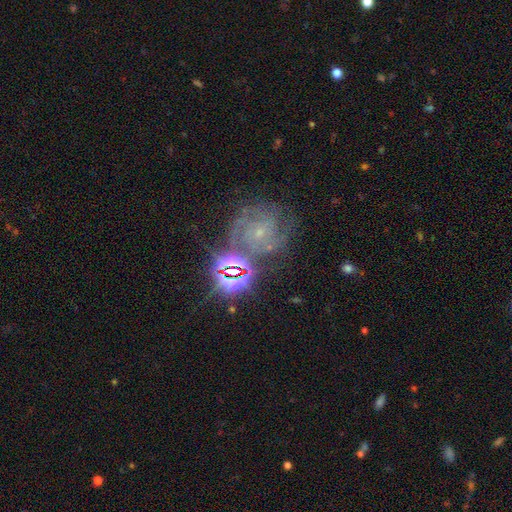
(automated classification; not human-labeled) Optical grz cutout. It shows a featured or disk galaxy (55%) with no bar (58%), spiral arms (86%) and a small central bulge (75%). Merging: none (61%).